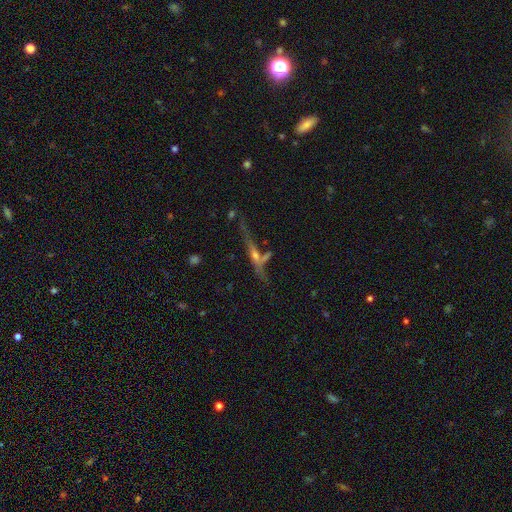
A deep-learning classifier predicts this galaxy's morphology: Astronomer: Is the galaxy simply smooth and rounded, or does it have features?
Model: featured or disk — 67%.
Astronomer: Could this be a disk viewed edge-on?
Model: yes — 84%.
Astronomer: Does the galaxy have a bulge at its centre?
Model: rounded — 74%.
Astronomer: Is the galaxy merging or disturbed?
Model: none — 52%.